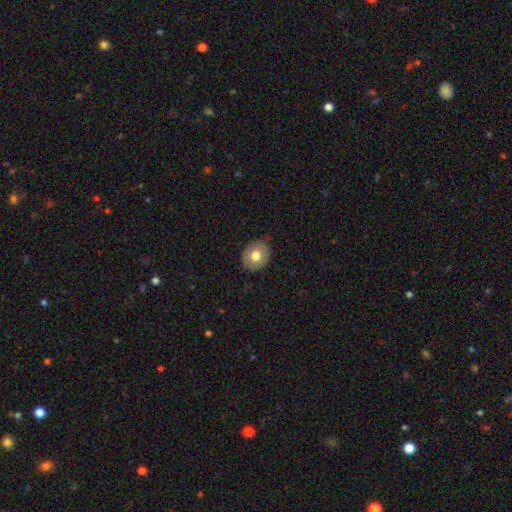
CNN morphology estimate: Smooth or featured? Predicted: smooth (p=0.71). How rounded? Predicted: round (p=0.53). Merging? Predicted: none (p=0.84).